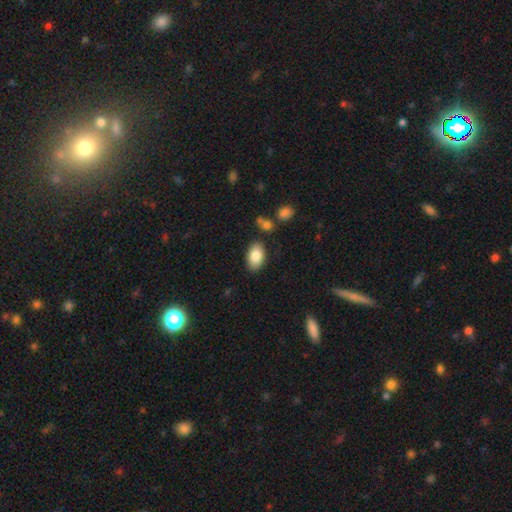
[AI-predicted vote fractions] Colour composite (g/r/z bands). It shows a smooth galaxy with no disk features (84%) that is in between round and cigar-shaped (93%). Merging: none (84%).